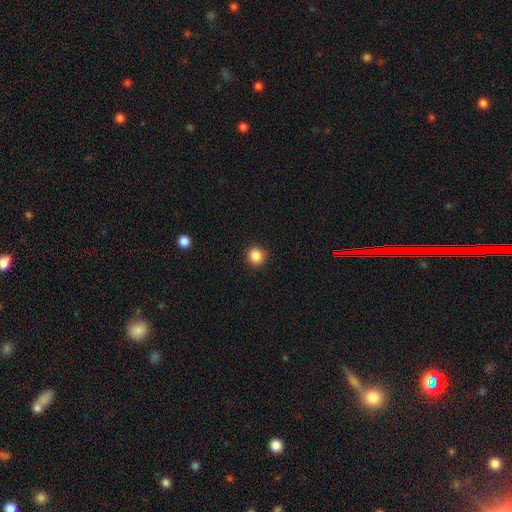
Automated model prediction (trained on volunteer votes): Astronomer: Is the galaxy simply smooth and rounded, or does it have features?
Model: smooth — 87%.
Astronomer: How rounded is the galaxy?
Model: round — 91%.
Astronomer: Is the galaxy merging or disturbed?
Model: none — 90%.